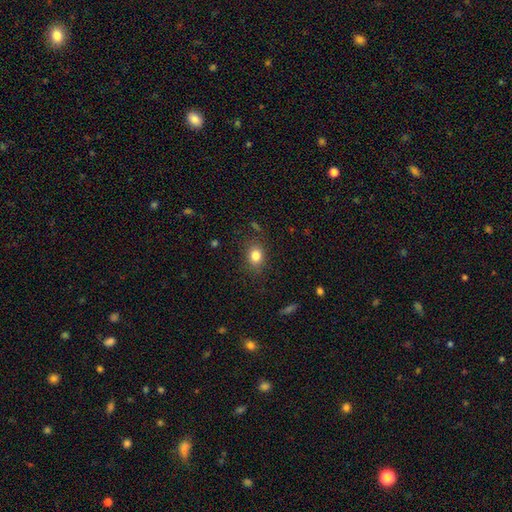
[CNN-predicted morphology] This appears to be a smooth galaxy with no disk features (82%) that is in between round and cigar-shaped (51%). Merging: none (84%).